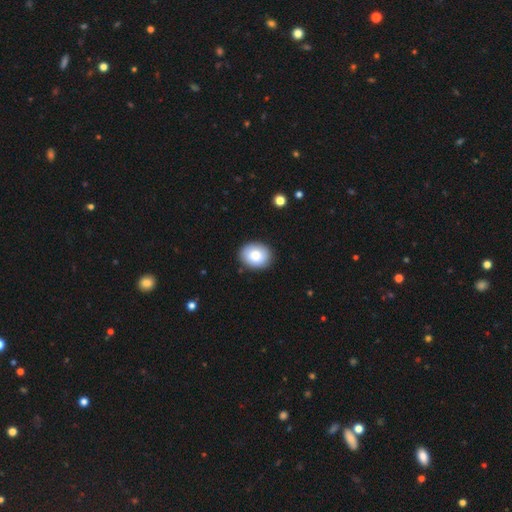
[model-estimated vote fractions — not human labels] smooth-or-featured: smooth: 83% | featured or disk: 10% | star or artifact: 7%
  how-rounded: in between: 52% | round: 47% | cigar-shaped: 1%
  merging: none: 88% | minor disturbance: 9% | major disturbance: 2% | merger: 1%